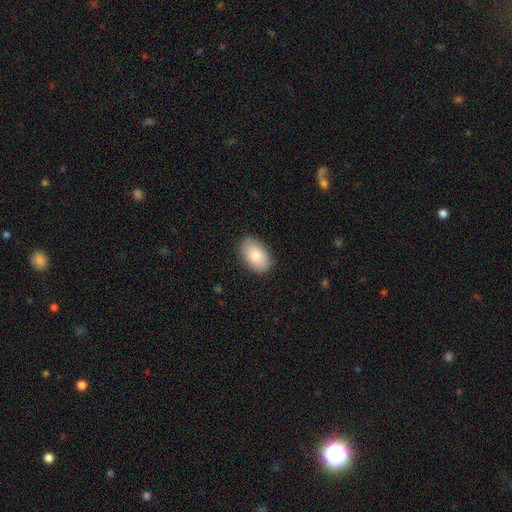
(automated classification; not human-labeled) smooth 83%, featured or disk 11%, star or artifact 6%. Down the decision tree: how rounded — in between (93%); merging — none (86%).